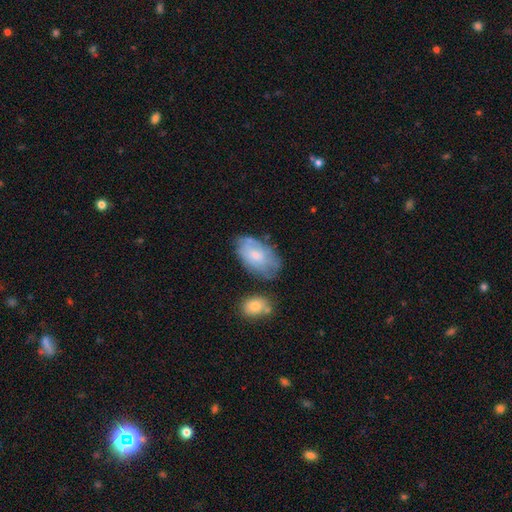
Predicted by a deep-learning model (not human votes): Q: Smooth or featured?
A: smooth (48%); runner-up: featured or disk (45%)
Q: Merging?
A: none (58%); runner-up: minor disturbance (27%)